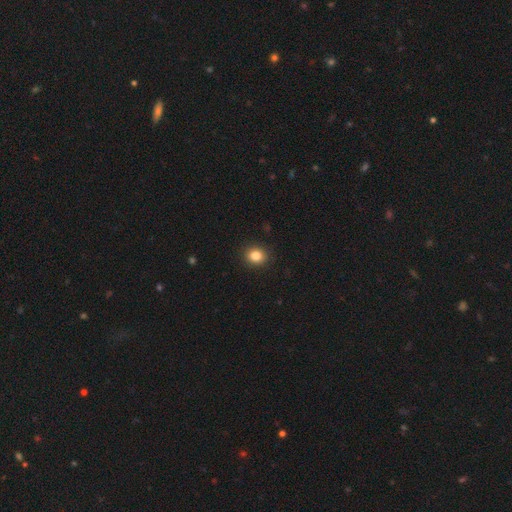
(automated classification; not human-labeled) The model was most divided on "how rounded": round: 72%, in between: 27%, cigar-shaped: 1%. More confident: merging — none (91%); smooth or featured — smooth (84%).